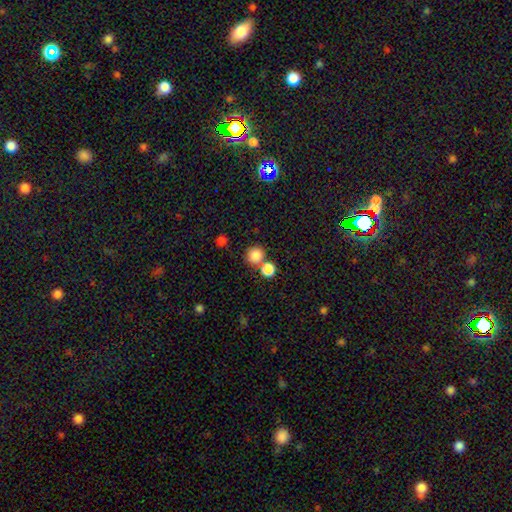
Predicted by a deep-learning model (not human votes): A smooth galaxy with no disk features (83%) that is round (92%). Merging: none (68%).